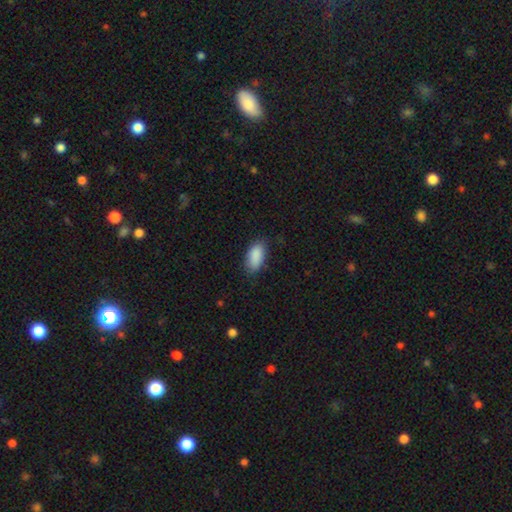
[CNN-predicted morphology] A smooth galaxy with no disk features (89%) that is in between round and cigar-shaped (91%). Merging: none (78%).